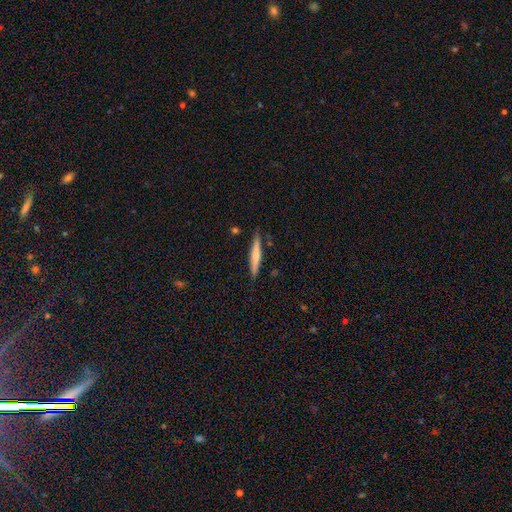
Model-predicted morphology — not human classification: Smooth or featured? smooth (56%)
How rounded? cigar-shaped (93%)
Merging? none (85%)